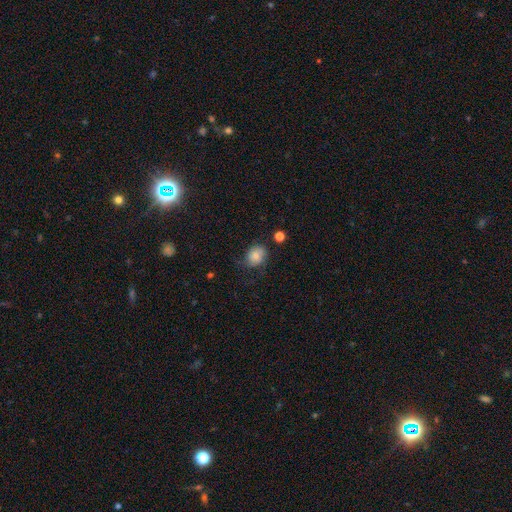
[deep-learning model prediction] This is likely a smooth galaxy (73%). How rounded: possibly round (57%). Merging: likely none (63%).